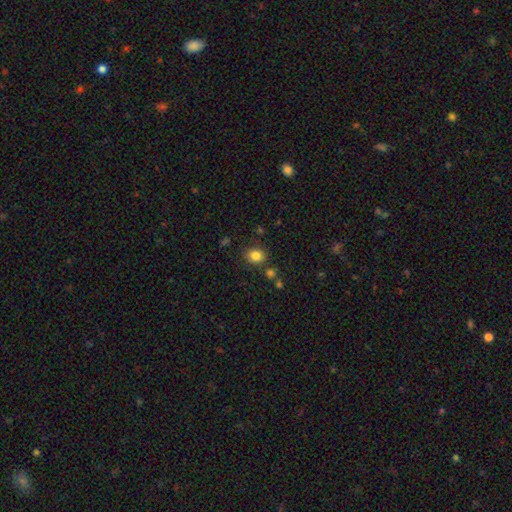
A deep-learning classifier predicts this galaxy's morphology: Smooth or featured? smooth (83%)
How rounded? round (67%)
Merging? none (81%)